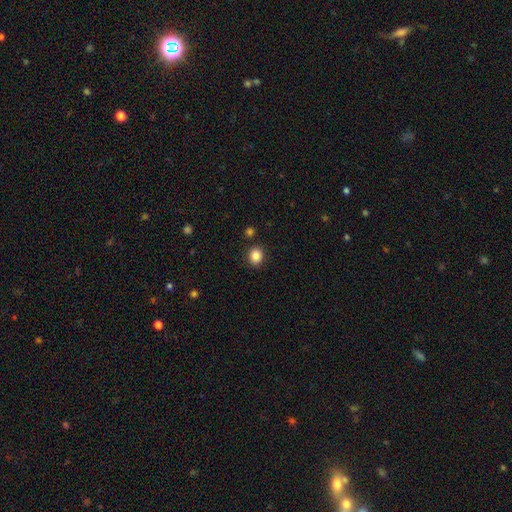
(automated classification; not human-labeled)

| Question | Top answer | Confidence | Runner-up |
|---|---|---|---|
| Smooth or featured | smooth | 86% | star or artifact (10%) |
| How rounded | round | 63% | in between (36%) |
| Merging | none | 87% | minor disturbance (8%) |